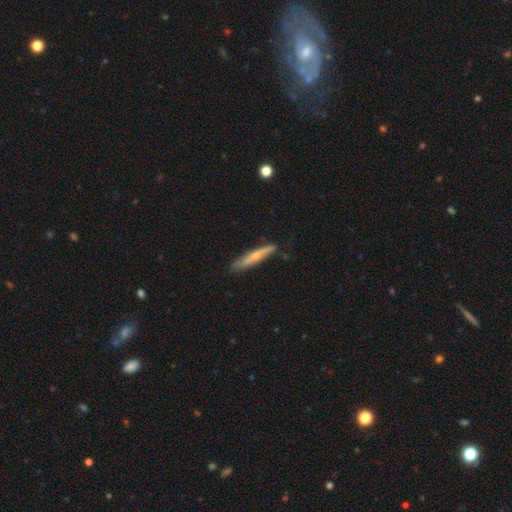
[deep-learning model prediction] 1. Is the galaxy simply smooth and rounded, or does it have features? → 50% smooth, 44% featured or disk, 6% star or artifact.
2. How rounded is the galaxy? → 94% cigar-shaped, 5% in between, 1% round.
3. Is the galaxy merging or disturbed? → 84% none, 12% minor disturbance, 2% major disturbance, 1% merger.